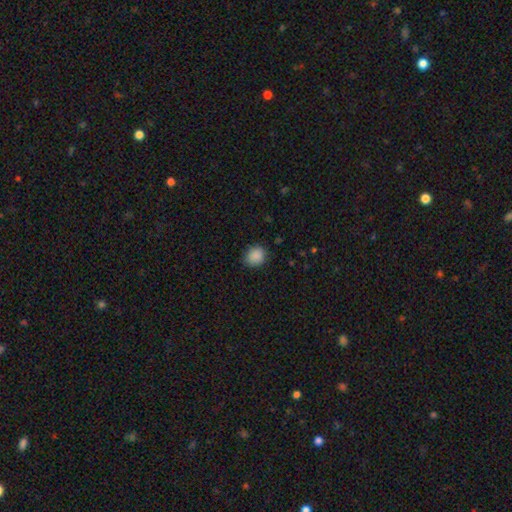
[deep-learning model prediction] Overall: smooth (88%). How rounded: round (66%; in between 33%). Merging: none (82%).